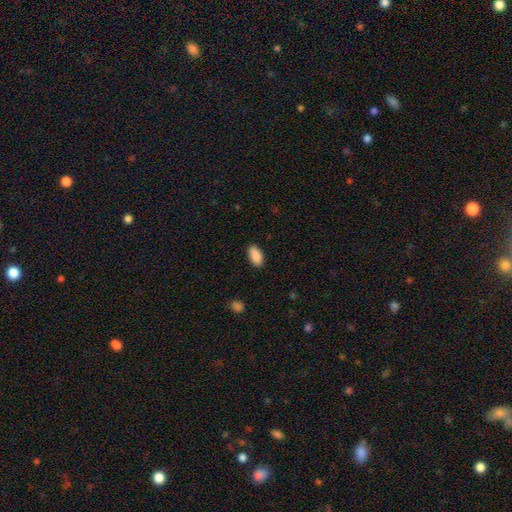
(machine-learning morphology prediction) Smooth or featured: smooth — 90% (star or artifact — 7%)
How rounded: in between — 94% (cigar-shaped — 4%)
Merging: none — 87% (minor disturbance — 9%)